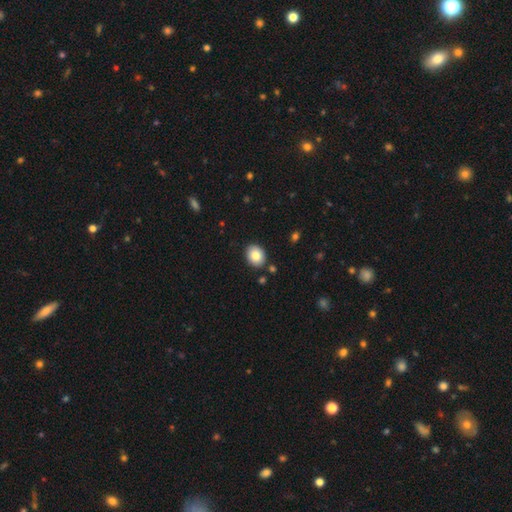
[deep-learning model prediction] The model was most divided on "how rounded": in between: 55%, round: 44%, cigar-shaped: 1%. More confident: merging — none (86%); smooth or featured — smooth (84%).